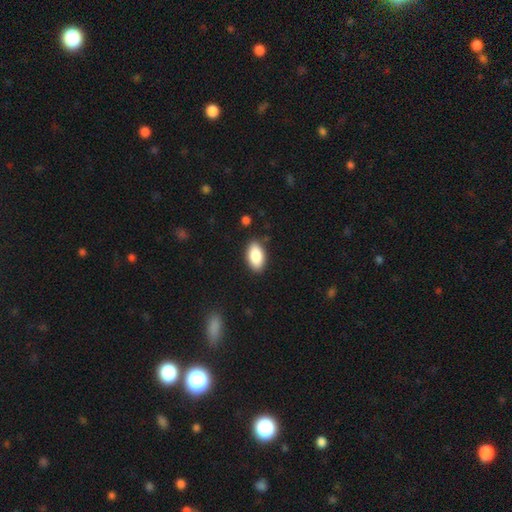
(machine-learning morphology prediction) smooth 87%, featured or disk 7%, star or artifact 7%. Down the decision tree: how rounded — in between (94%); merging — none (87%).